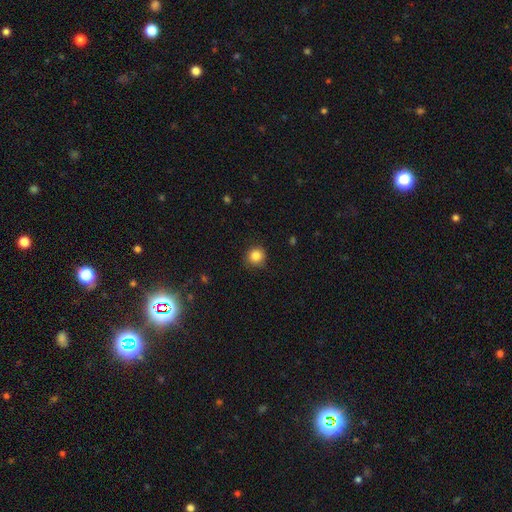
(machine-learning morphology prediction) This appears to be a smooth galaxy with no disk features (84%) that is round (91%). Merging: none (86%).